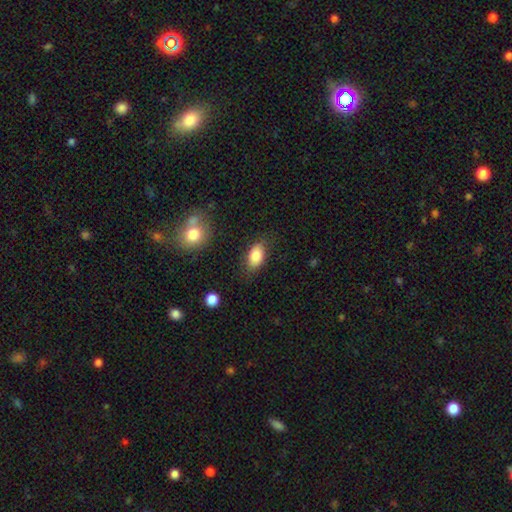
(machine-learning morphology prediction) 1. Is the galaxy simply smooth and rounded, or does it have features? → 84% smooth, 8% featured or disk, 8% star or artifact.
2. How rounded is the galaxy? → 90% in between, 7% round, 3% cigar-shaped.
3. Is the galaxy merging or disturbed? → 77% none, 17% minor disturbance, 4% major disturbance, 2% merger.